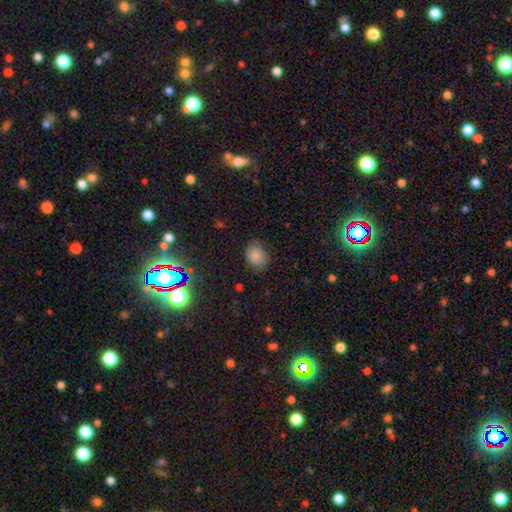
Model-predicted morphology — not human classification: smooth 81%, star or artifact 12%, featured or disk 7%. Down the decision tree: how rounded — in between (55%); merging — none (71%).